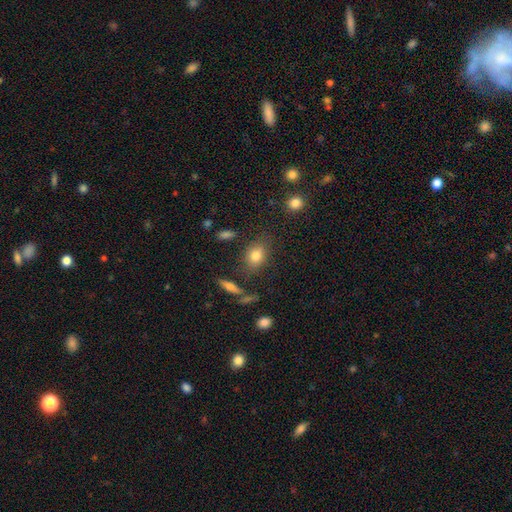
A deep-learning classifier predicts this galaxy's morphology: A smooth galaxy with no disk features (79%) that is in between round and cigar-shaped (59%).

Vote fractions:
- Smooth or featured? smooth: 79% / star or artifact: 11% / featured or disk: 10%
- How rounded? in between: 59% / round: 39% / cigar-shaped: 2%
- Merging? none: 76% / minor disturbance: 14% / merger: 5% / major disturbance: 5%